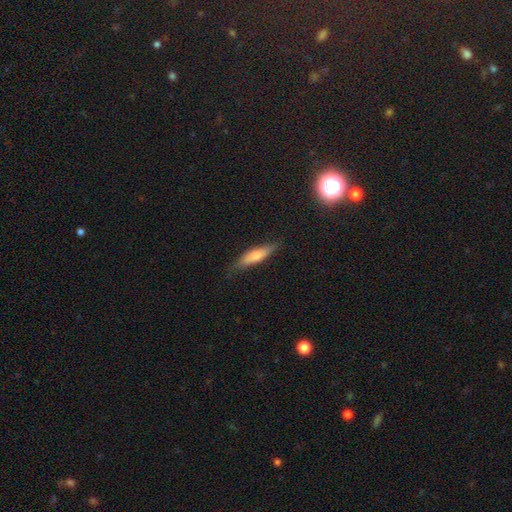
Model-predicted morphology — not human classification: A smooth galaxy with no disk features (71%) that is cigar-shaped (68%). Merging: none (77%).